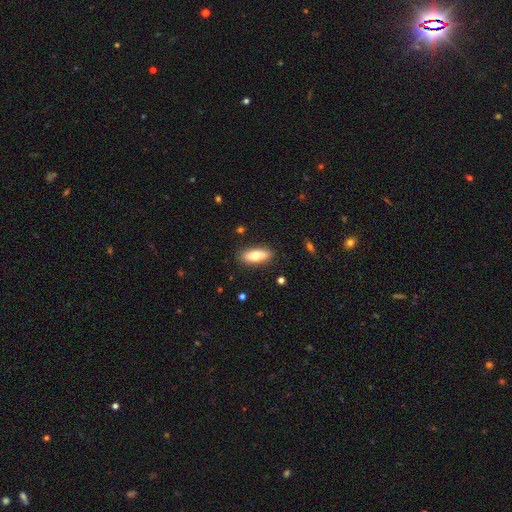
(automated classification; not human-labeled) A smooth galaxy with no disk features (71%) that is in between round and cigar-shaped (76%).

Vote fractions:
- Smooth or featured? smooth: 71% / featured or disk: 22% / star or artifact: 7%
- How rounded? in between: 76% / cigar-shaped: 21% / round: 3%
- Merging? none: 87% / minor disturbance: 9% / major disturbance: 2% / merger: 1%